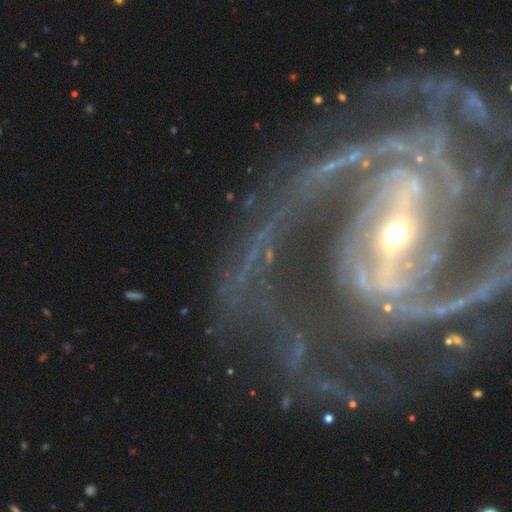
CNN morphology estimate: Smooth or featured? featured or disk (88%)
Edge-on disk? no (95%)
Bar? strong (58%)
Spiral arms? yes (93%)
Spiral winding? medium (42%)
Spiral arm count? 2 (49%)
Bulge size? small (53%)
Merging? none (51%)